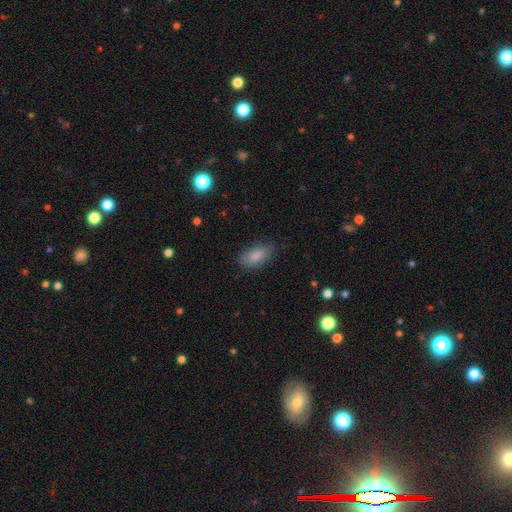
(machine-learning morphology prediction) Smooth or featured? Predicted: smooth (p=0.86). How rounded? Predicted: in between (p=0.90). Merging? Predicted: none (p=0.80).